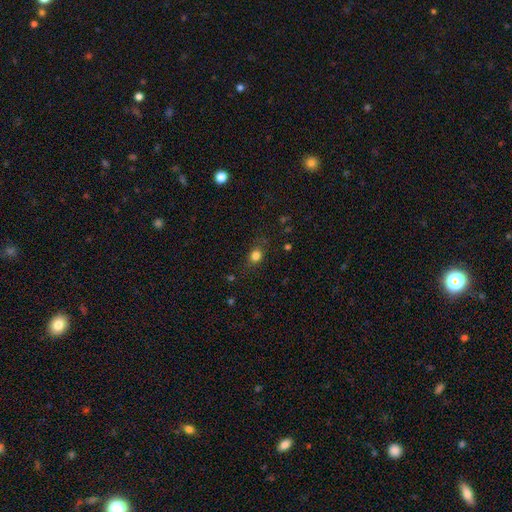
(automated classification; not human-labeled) A smooth galaxy with no disk features (80%) that is round (54%). Merging: none (77%).